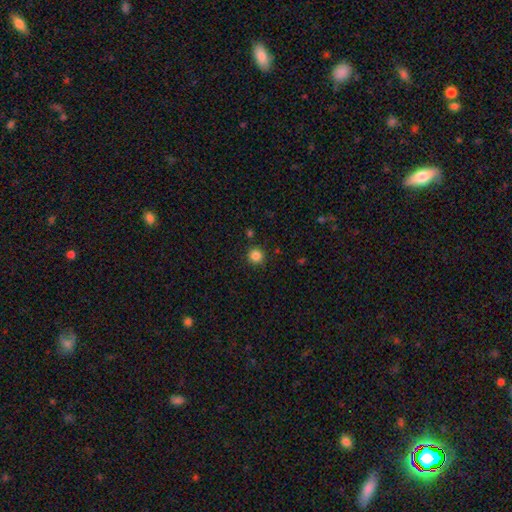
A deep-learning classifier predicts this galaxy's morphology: type=smooth (85%); roundness=round (94%); merging=none (89%).